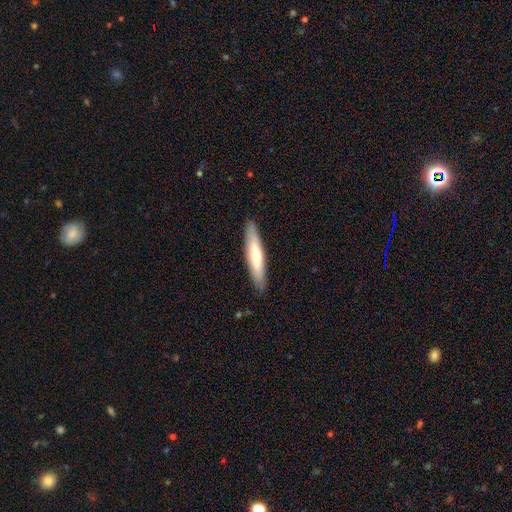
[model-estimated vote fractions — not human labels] smooth-or-featured: smooth: 58% | featured or disk: 37% | star or artifact: 5%
  how-rounded: cigar-shaped: 86% | in between: 13% | round: 1%
  merging: none: 88% | minor disturbance: 9% | major disturbance: 2% | merger: 1%